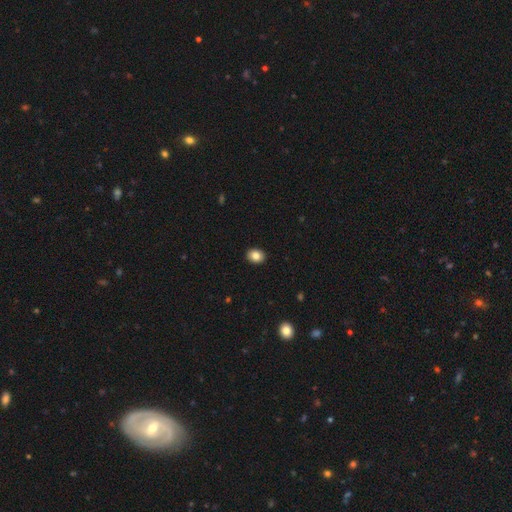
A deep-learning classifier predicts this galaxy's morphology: Smooth or featured?
  - smooth: 84% *
  - star or artifact: 9%
  - featured or disk: 7%
How rounded?
  - in between: 51% *
  - round: 49%
  - cigar-shaped: 1%
Merging?
  - none: 92% *
  - minor disturbance: 6%
  - major disturbance: 2%
  - merger: 1%